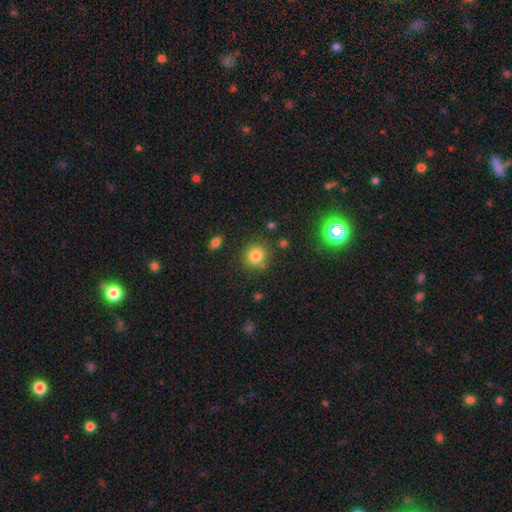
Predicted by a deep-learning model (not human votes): Smooth or featured: smooth — 81% (star or artifact — 13%)
How rounded: round — 87% (in between — 12%)
Merging: none — 81% (minor disturbance — 11%)